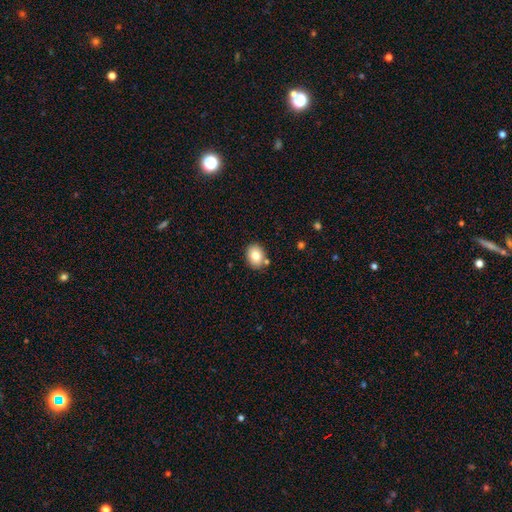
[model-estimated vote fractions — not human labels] Q: Smooth or featured?
A: smooth (81%); runner-up: featured or disk (10%)
Q: How rounded?
A: in between (58%); runner-up: round (41%)
Q: Merging?
A: none (81%); runner-up: minor disturbance (11%)